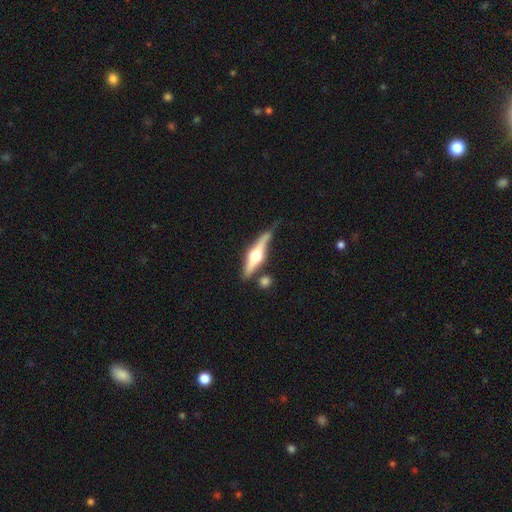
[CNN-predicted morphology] This is likely a featured or disk galaxy (73%). It is clearly viewed edge-on (96%). Edge-on bulge: clearly rounded (95%). Merging: likely none (66%).